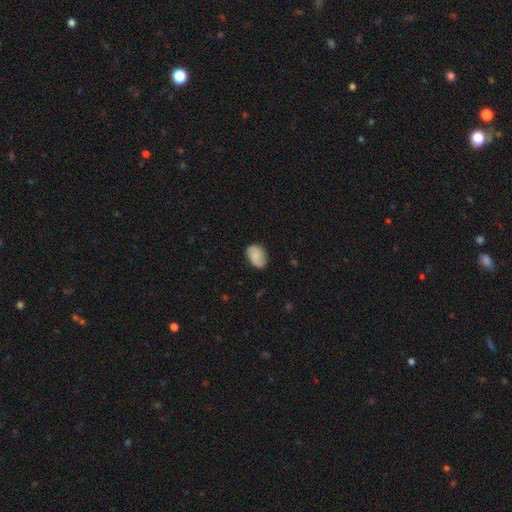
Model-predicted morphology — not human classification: smooth-or-featured: smooth: 69% | featured or disk: 24% | star or artifact: 8%
  how-rounded: in between: 84% | round: 15% | cigar-shaped: 1%
  merging: none: 73% | minor disturbance: 21% | major disturbance: 5% | merger: 1%